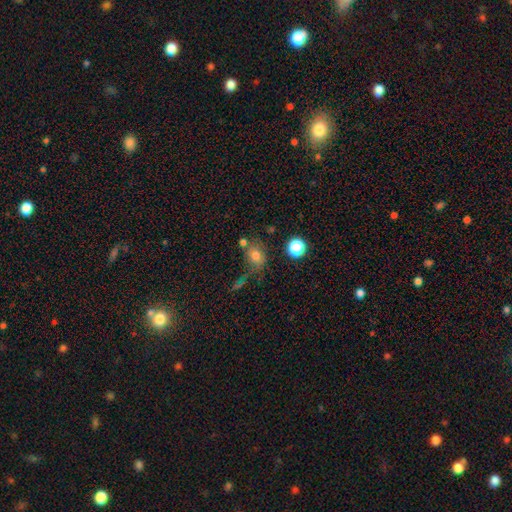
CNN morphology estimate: The model was most divided on "how rounded": round: 51%, in between: 48%, cigar-shaped: 2%. More confident: smooth or featured — smooth (73%); merging — none (54%).